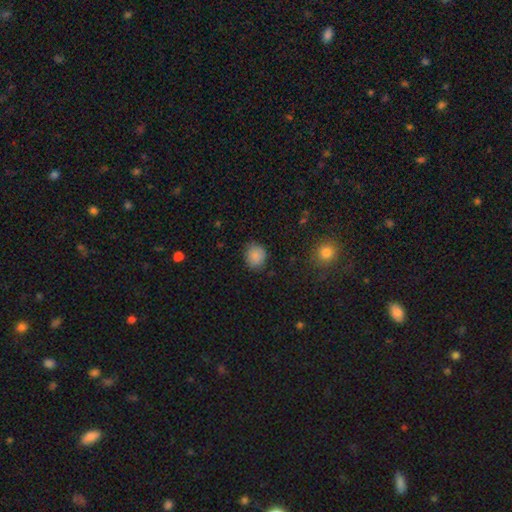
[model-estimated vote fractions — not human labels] smooth_or_featured: smooth (p=0.85) [alt: star or artifact p=0.09]
how_rounded: round (p=0.76) [alt: in between p=0.23]
merging: none (p=0.81) [alt: minor disturbance p=0.15]